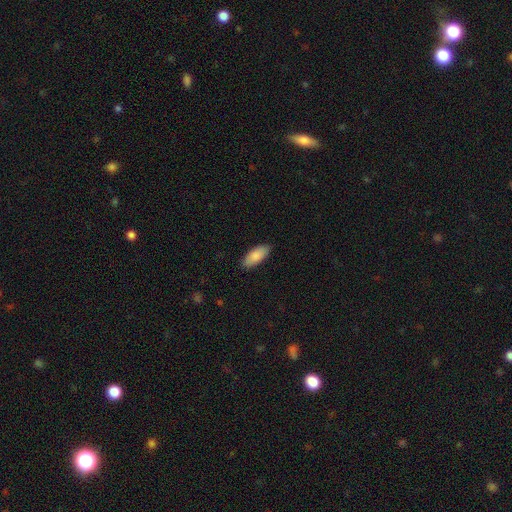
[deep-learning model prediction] Morphology: type=smooth (87%); roundness=in between (84%); merging=none (88%).